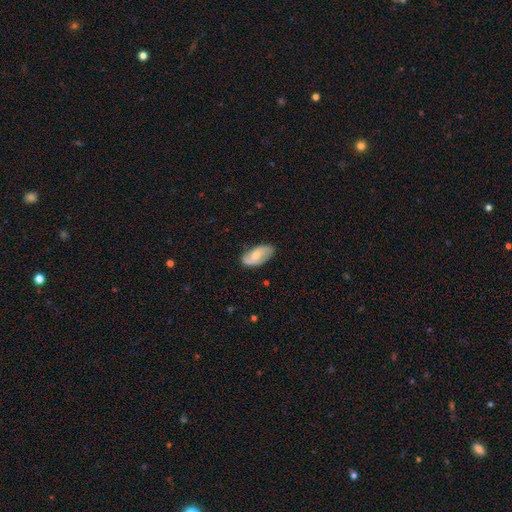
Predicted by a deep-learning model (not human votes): smooth-or-featured: smooth: 50% | featured or disk: 43% | star or artifact: 6%
  how-rounded: in between: 92% | cigar-shaped: 5% | round: 3%
  merging: none: 75% | minor disturbance: 20% | major disturbance: 4% | merger: 1%